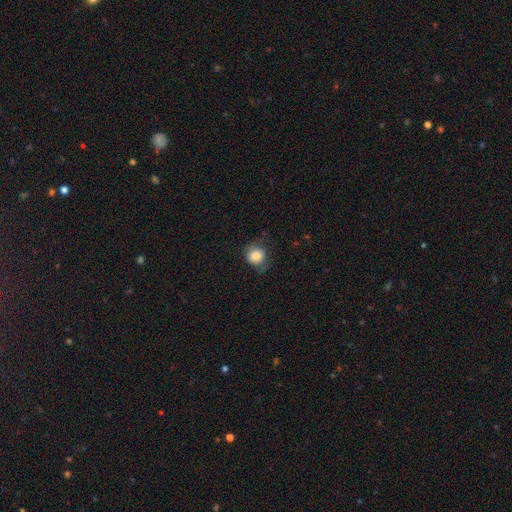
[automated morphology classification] A smooth galaxy with no disk features (80%) that is round (85%). Merging: none (64%).